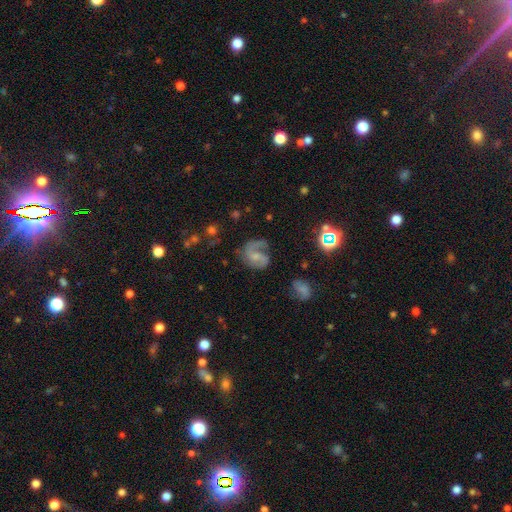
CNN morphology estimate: Q: Smooth or featured?
A: featured or disk (76%); runner-up: smooth (15%)
Q: Edge-on disk?
A: no (98%); runner-up: yes (2%)
Q: Bar?
A: no (52%); runner-up: weak (39%)
Q: Spiral arms?
A: yes (93%); runner-up: no (7%)
Q: Spiral winding?
A: medium (49%); runner-up: loose (32%)
Q: Spiral arm count?
A: 2 (64%); runner-up: 1 (26%)
Q: Bulge size?
A: small (48%); runner-up: moderate (28%)
Q: Merging?
A: none (53%); runner-up: major disturbance (22%)